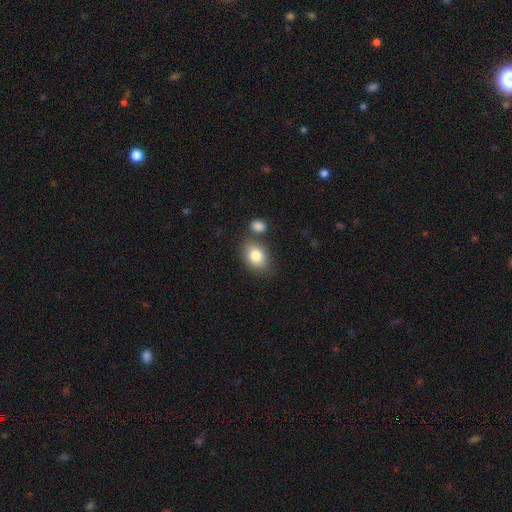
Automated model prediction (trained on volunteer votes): Smooth or featured?
  - smooth: 81% *
  - featured or disk: 10%
  - star or artifact: 8%
How rounded?
  - in between: 73% *
  - round: 26%
  - cigar-shaped: 1%
Merging?
  - none: 66% *
  - merger: 16%
  - minor disturbance: 14%
  - major disturbance: 4%